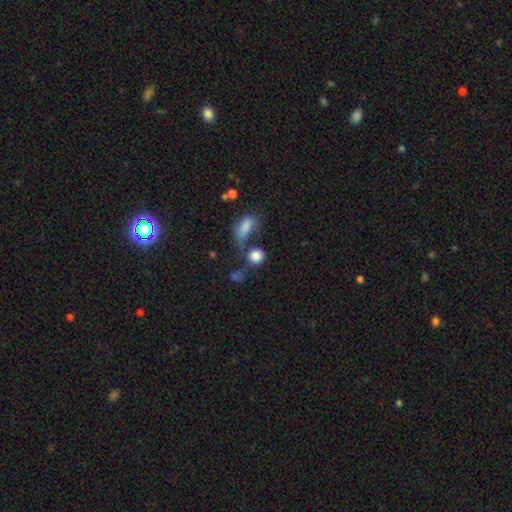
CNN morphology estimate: This is clearly a smooth galaxy (83%). How rounded: likely round (71%). Merging: possibly none (45%).